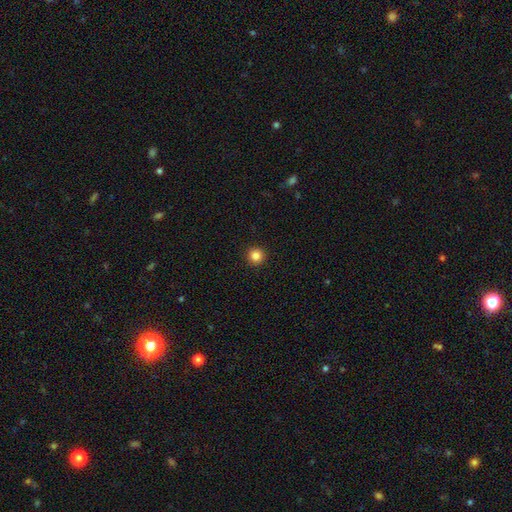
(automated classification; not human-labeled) smooth-or-featured: smooth: 84% | star or artifact: 12% | featured or disk: 4%
  how-rounded: round: 96% | in between: 3% | cigar-shaped: 1%
  merging: none: 94% | minor disturbance: 4% | major disturbance: 1% | merger: 1%